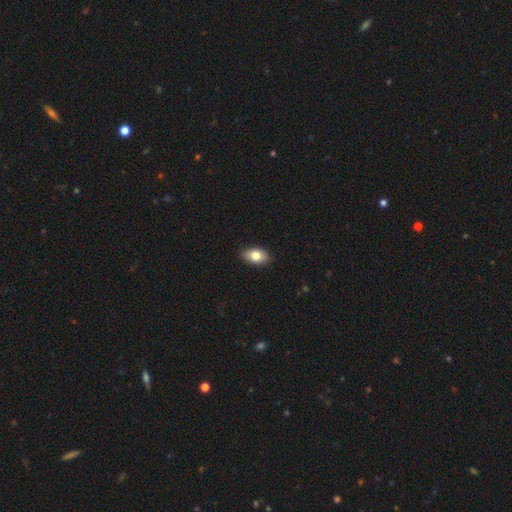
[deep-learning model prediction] smooth_or_featured: smooth (p=0.80) [alt: featured or disk p=0.13]
how_rounded: in between (p=0.90) [alt: round p=0.08]
merging: none (p=0.89) [alt: minor disturbance p=0.08]